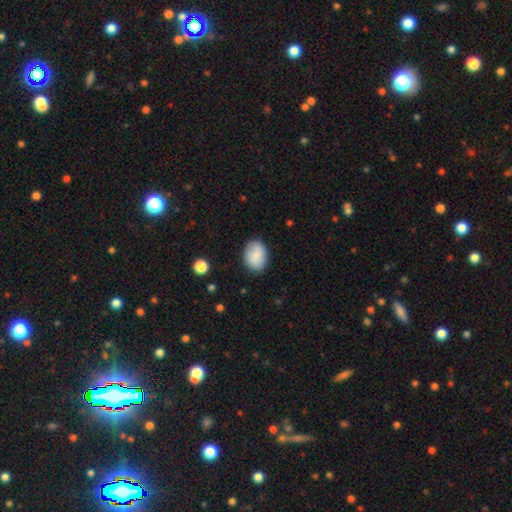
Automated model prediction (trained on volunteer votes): Morphology: type=smooth (83%); roundness=in between (75%); merging=none (83%).